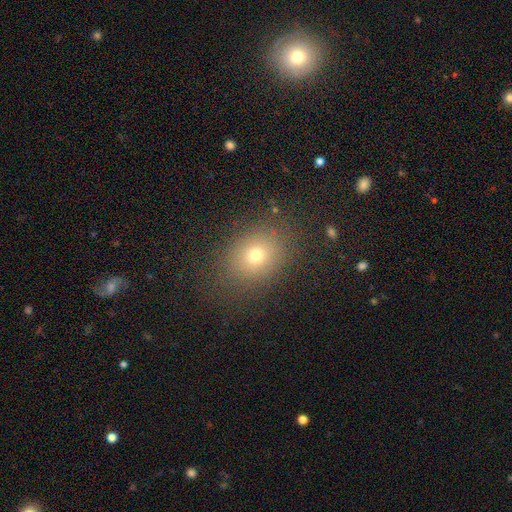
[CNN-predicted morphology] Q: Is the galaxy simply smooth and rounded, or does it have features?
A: smooth — 71%.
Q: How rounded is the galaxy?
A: round — 53%.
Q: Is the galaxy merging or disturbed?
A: none — 81%.